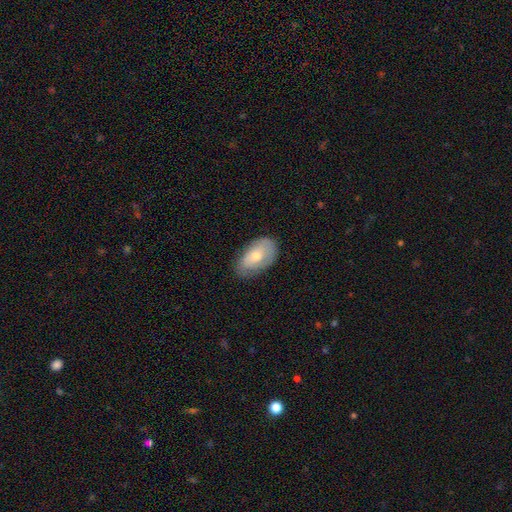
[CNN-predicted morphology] Smooth or featured? Predicted: smooth (p=0.58). How rounded? Predicted: in between (p=0.92). Merging? Predicted: none (p=0.70).